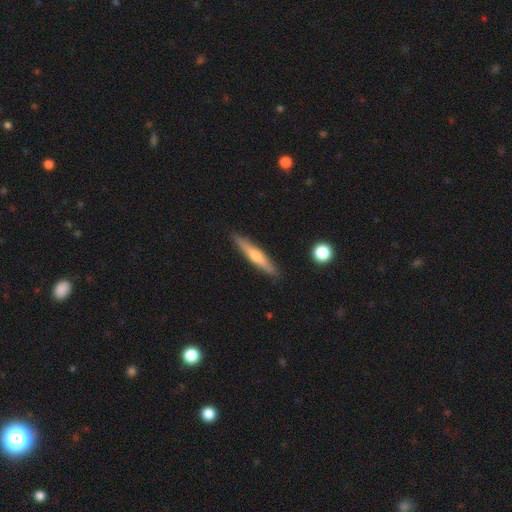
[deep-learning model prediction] Overall: featured or disk (49%; smooth 45%). Merging: none (89%).